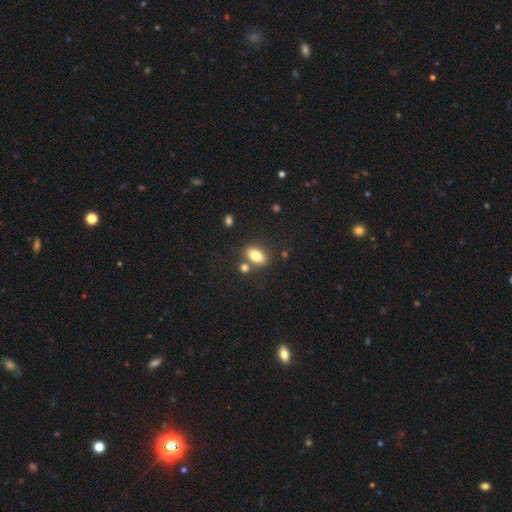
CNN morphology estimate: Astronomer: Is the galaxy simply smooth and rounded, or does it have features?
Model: smooth — 80%.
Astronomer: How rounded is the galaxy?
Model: in between — 85%.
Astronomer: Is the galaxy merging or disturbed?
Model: none — 72%.